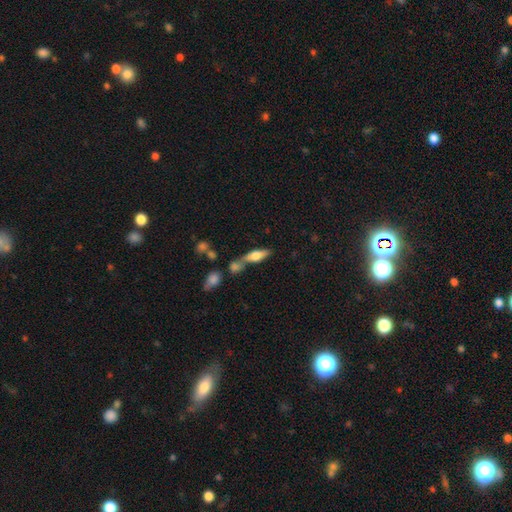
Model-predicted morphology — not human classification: Smooth or featured? Predicted: smooth (p=0.58). How rounded? Predicted: in between (p=0.57). Merging? Predicted: none (p=0.42).